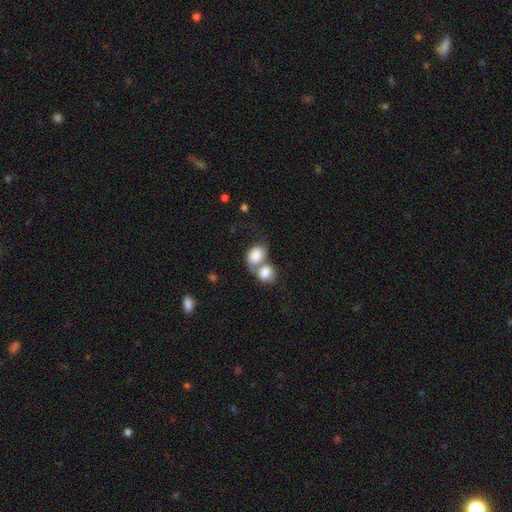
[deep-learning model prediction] Smooth or featured: smooth — 79% (featured or disk — 14%)
How rounded: in between — 56% (round — 43%)
Merging: merger — 74% (none — 12%)